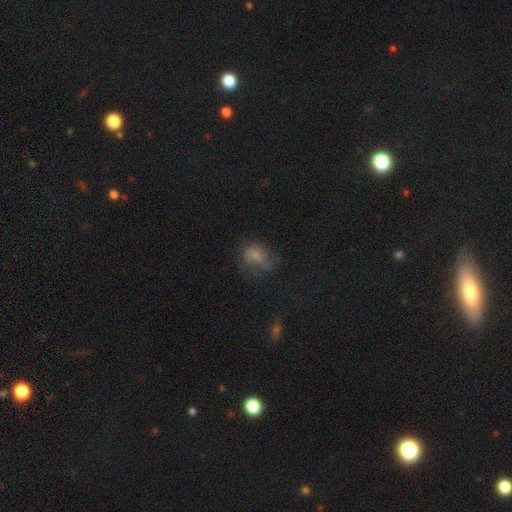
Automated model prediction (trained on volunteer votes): Smooth or featured? smooth (56%)
How rounded? in between (62%)
Merging? none (41%)